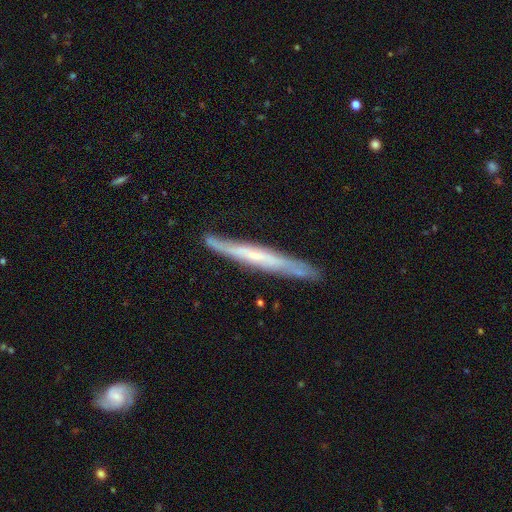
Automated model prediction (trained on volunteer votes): Morphology: type=featured or disk (68%); edge-on=yes (86%); edge-on bulge=none (66%); merging=none (81%).